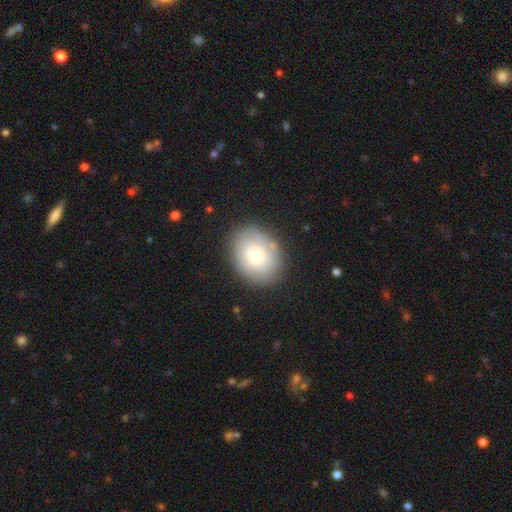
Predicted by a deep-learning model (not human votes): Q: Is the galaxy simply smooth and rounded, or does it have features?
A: smooth — 62%.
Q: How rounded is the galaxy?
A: in between — 51%.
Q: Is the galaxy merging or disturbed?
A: none — 80%.